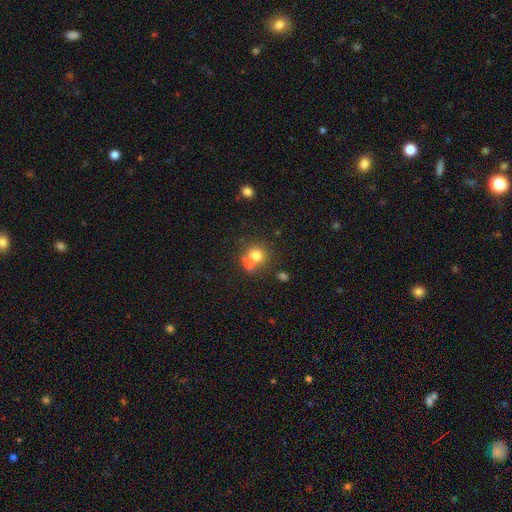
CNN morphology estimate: Overall: smooth (74%). How rounded: round (82%). Merging: merger (47%; none 43%).